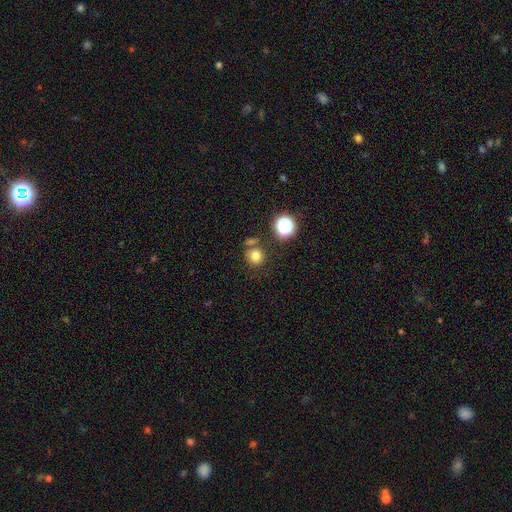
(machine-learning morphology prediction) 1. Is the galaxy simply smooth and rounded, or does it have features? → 75% smooth, 17% star or artifact, 8% featured or disk.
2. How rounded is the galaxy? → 86% round, 13% in between, 1% cigar-shaped.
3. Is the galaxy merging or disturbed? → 69% none, 16% merger, 11% minor disturbance, 4% major disturbance.